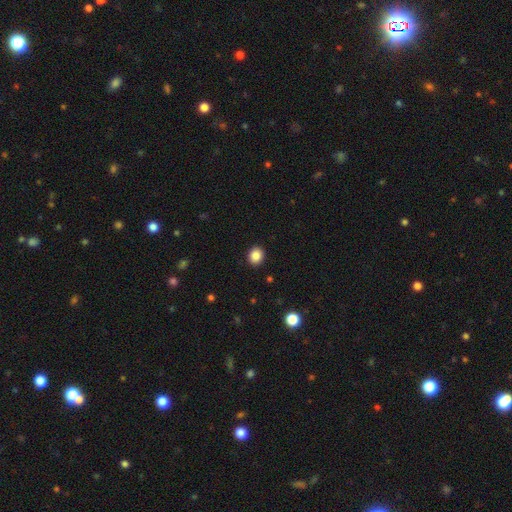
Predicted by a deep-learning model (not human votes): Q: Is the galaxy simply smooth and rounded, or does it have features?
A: smooth — 87%.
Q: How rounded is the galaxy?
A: round — 74%.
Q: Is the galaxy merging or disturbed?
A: none — 91%.